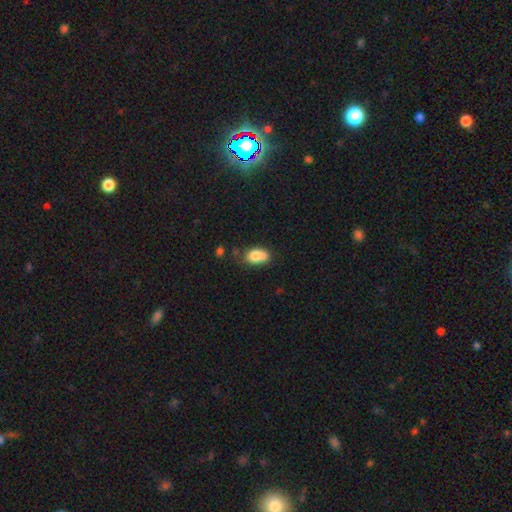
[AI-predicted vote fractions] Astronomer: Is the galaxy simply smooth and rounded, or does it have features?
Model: smooth — 78%.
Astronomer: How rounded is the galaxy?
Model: in between — 81%.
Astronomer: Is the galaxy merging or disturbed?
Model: none — 42% (runner-up: minor disturbance, 25%).